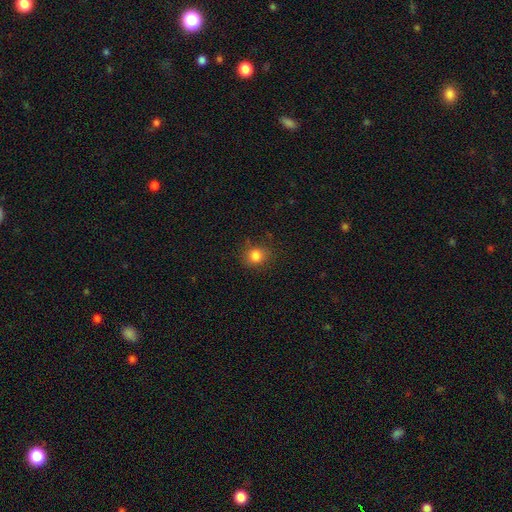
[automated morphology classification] Q: Smooth or featured?
A: smooth (83%); runner-up: star or artifact (12%)
Q: How rounded?
A: round (74%); runner-up: in between (25%)
Q: Merging?
A: none (82%); runner-up: minor disturbance (13%)